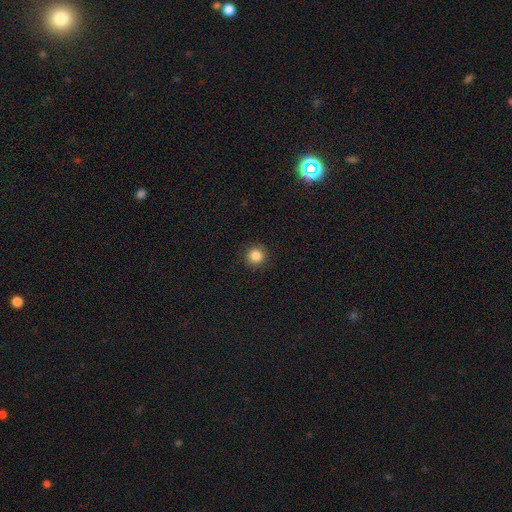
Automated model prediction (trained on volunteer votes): smooth-or-featured: smooth: 85% | star or artifact: 11% | featured or disk: 4%
  how-rounded: round: 94% | in between: 5% | cigar-shaped: 1%
  merging: none: 92% | minor disturbance: 6% | major disturbance: 2% | merger: 1%